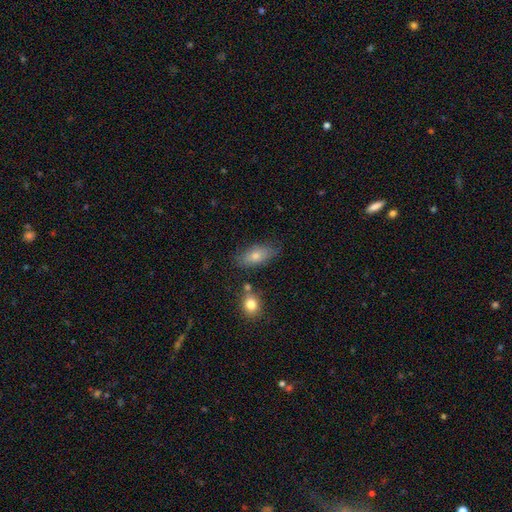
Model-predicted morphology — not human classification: Smooth or featured? smooth (67%)
How rounded? in between (84%)
Merging? none (72%)